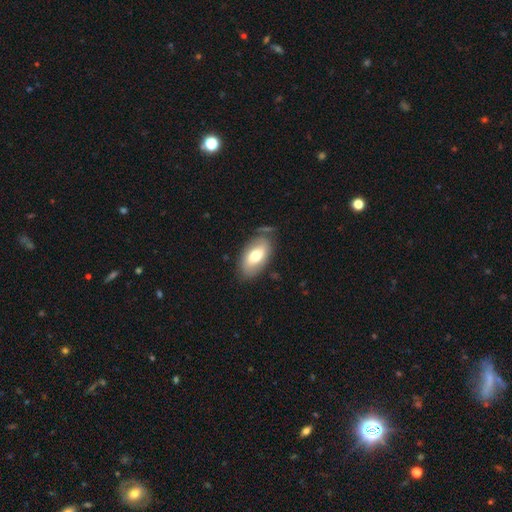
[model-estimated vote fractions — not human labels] Morphology: type=smooth (66%); roundness=in between (93%); merging=none (72%).